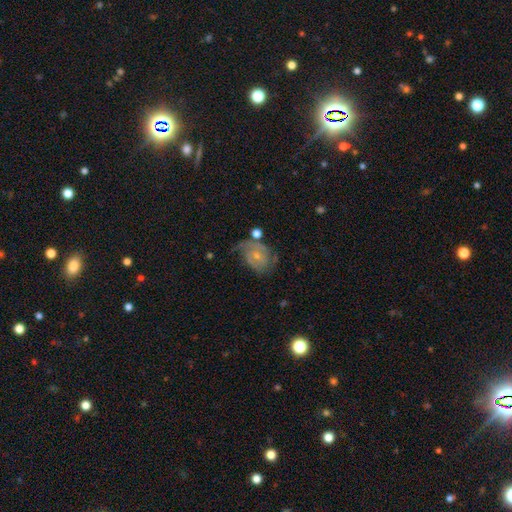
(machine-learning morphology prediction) Smooth or featured: featured or disk — 69% (smooth — 23%)
Edge-on disk: no — 97% (yes — 3%)
Bar: no — 68% (weak — 27%)
Spiral arms: yes — 86% (no — 14%)
Spiral winding: tight — 45% (medium — 37%)
Spiral arm count: 2 — 47% (can't tell — 26%)
Bulge size: small — 66% (moderate — 27%)
Merging: none — 46% (minor disturbance — 27%)